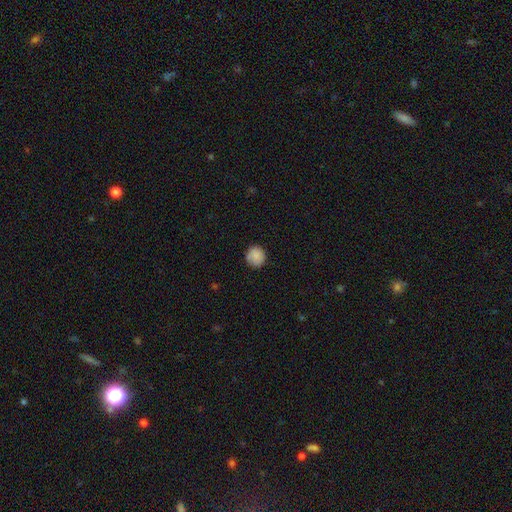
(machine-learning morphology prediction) The model was most divided on "merging": none: 81%, minor disturbance: 14%, major disturbance: 3%, merger: 2%. More confident: how rounded — round (90%); smooth or featured — smooth (85%).